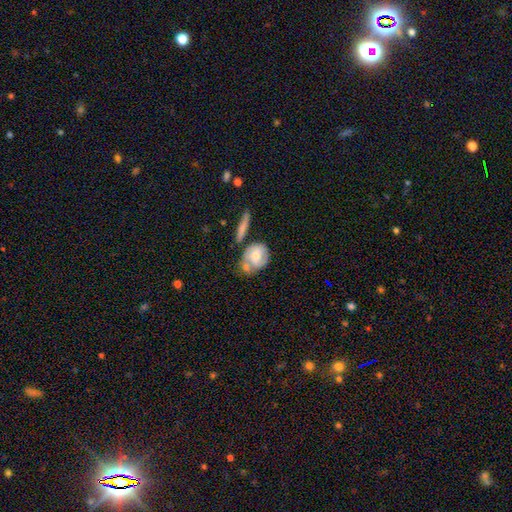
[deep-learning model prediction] The model was most divided on "smooth or featured": smooth: 48%, featured or disk: 45%, star or artifact: 6%. Remaining: merging — none (45%).